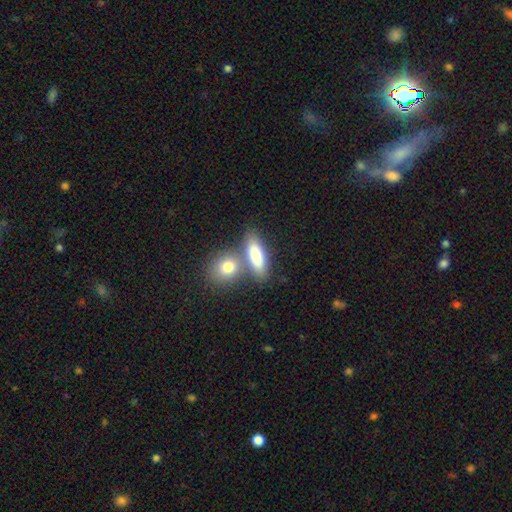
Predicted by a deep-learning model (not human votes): Q: Smooth or featured?
A: smooth (80%); runner-up: featured or disk (14%)
Q: How rounded?
A: in between (70%); runner-up: cigar-shaped (24%)
Q: Merging?
A: none (53%); runner-up: merger (34%)